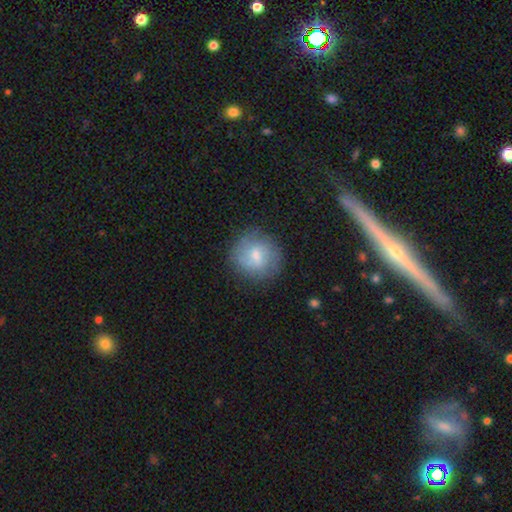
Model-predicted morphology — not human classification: Q: Smooth or featured?
A: smooth (59%); runner-up: featured or disk (32%)
Q: How rounded?
A: round (87%); runner-up: in between (11%)
Q: Merging?
A: none (79%); runner-up: minor disturbance (14%)